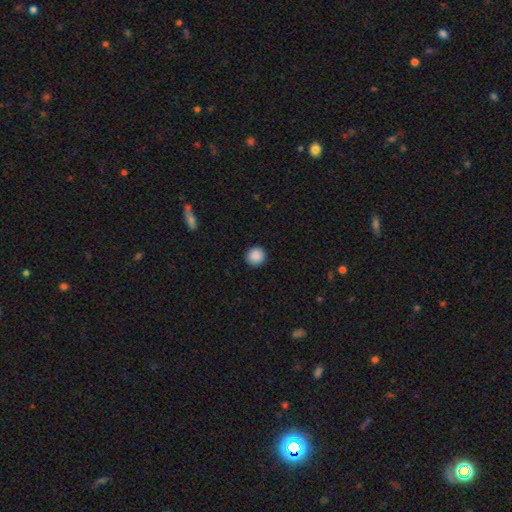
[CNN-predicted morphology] type=smooth (89%); roundness=round (94%); merging=none (92%).